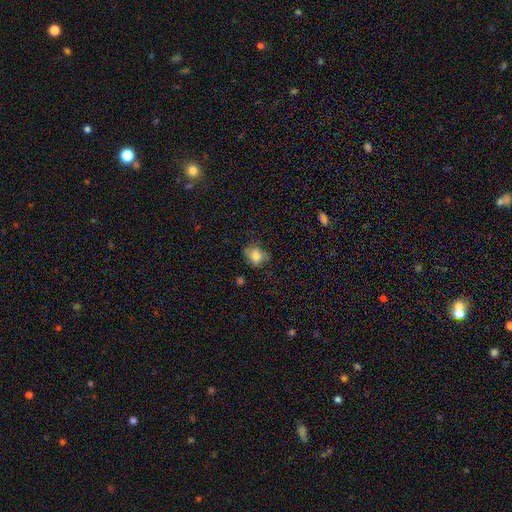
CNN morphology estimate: This appears to be a smooth galaxy with no disk features (76%) that is round (52%). Merging: none (61%).